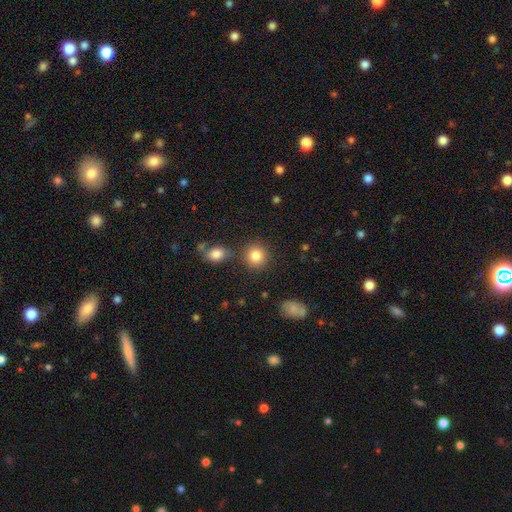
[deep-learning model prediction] Q: Smooth or featured?
A: smooth (85%); runner-up: star or artifact (10%)
Q: How rounded?
A: round (89%); runner-up: in between (10%)
Q: Merging?
A: none (80%); runner-up: minor disturbance (8%)